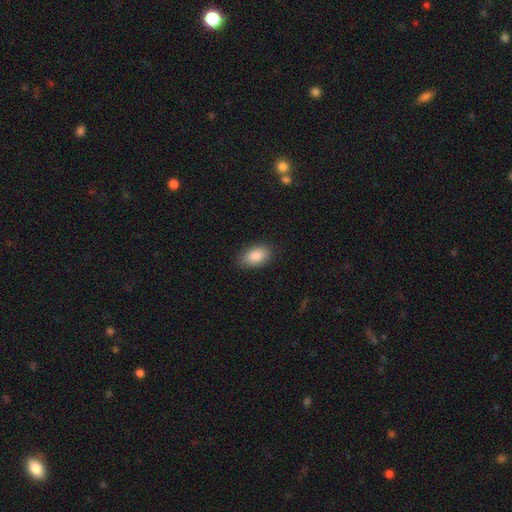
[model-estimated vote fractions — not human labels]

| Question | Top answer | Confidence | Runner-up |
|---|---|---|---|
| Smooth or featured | smooth | 88% | star or artifact (7%) |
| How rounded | in between | 93% | round (5%) |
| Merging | none | 84% | minor disturbance (12%) |